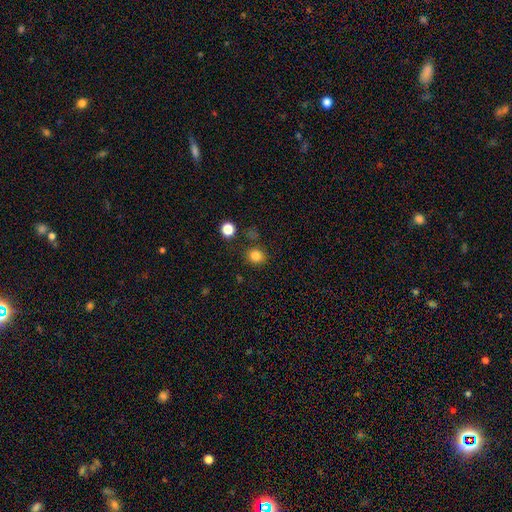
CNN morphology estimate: smooth 83%, star or artifact 13%, featured or disk 5%. Down the decision tree: how rounded — round (82%); merging — none (83%).